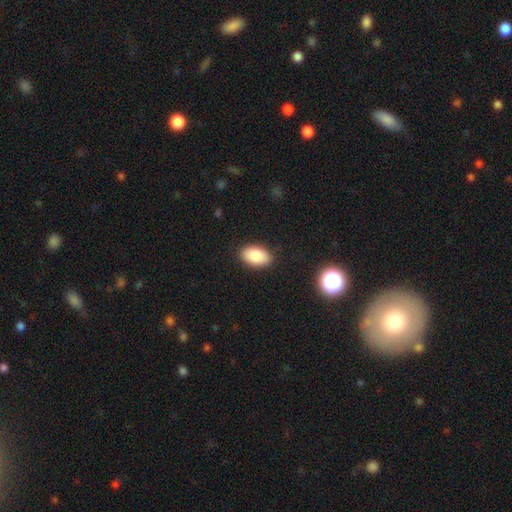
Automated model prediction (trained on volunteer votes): smooth_or_featured: smooth (p=0.85) [alt: star or artifact p=0.08]
how_rounded: in between (p=0.92) [alt: round p=0.07]
merging: none (p=0.88) [alt: minor disturbance p=0.08]